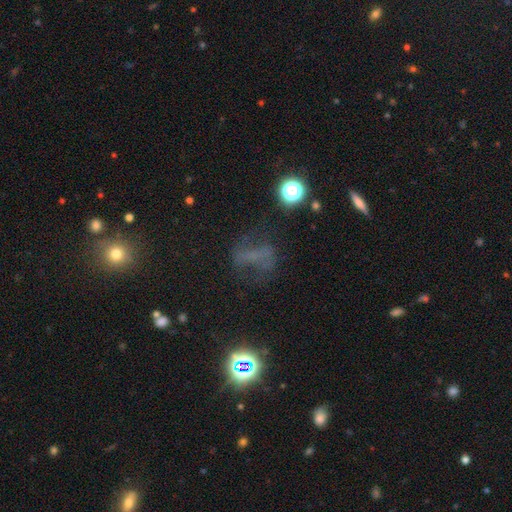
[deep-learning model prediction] smooth_or_featured: featured or disk (p=0.37) [alt: smooth p=0.32]
merging: none (p=0.55) [alt: major disturbance p=0.22]